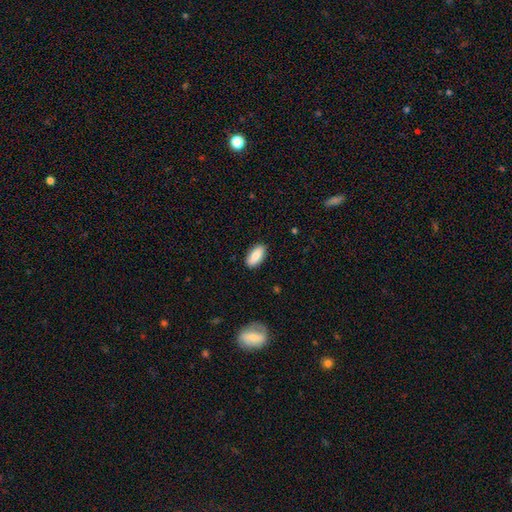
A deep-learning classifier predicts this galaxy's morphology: Smooth or featured? Predicted: smooth (p=0.84). How rounded? Predicted: in between (p=0.87). Merging? Predicted: none (p=0.88).